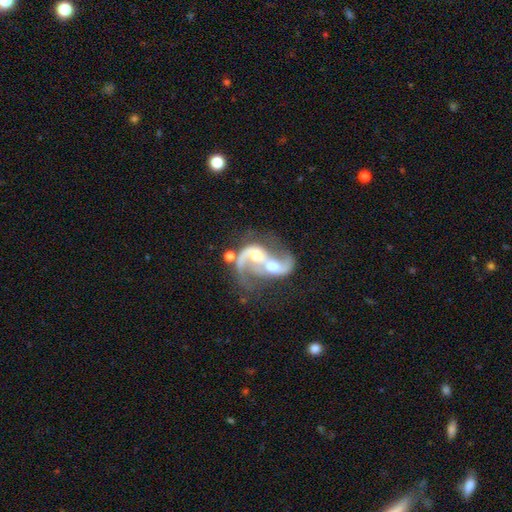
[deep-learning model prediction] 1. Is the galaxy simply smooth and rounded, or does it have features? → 78% featured or disk, 15% smooth, 7% star or artifact.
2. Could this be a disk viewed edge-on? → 97% no, 3% yes.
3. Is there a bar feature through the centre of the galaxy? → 63% no, 27% weak, 9% strong.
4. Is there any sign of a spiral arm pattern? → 82% yes, 18% no.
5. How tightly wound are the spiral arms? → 57% loose, 34% medium, 9% tight.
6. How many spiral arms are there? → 60% 2, 27% 1, 8% can't tell, 2% 3, 1% 4, 1% more than 4.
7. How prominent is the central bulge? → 64% moderate, 15% small, 14% large, 5% none, 2% dominant.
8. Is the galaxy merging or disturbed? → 80% merger, 9% major disturbance, 7% none, 4% minor disturbance.